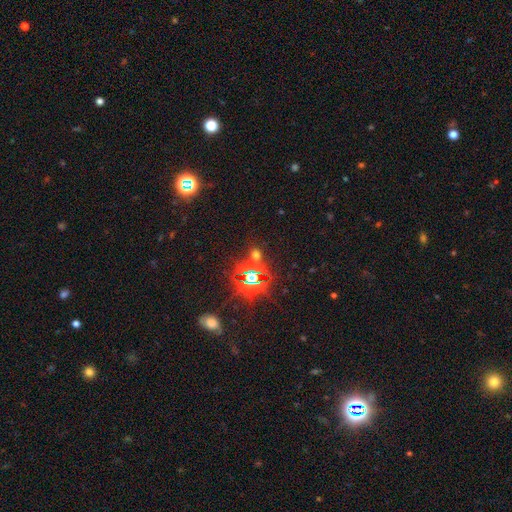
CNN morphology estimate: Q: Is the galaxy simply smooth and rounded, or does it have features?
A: star or artifact — 58%.